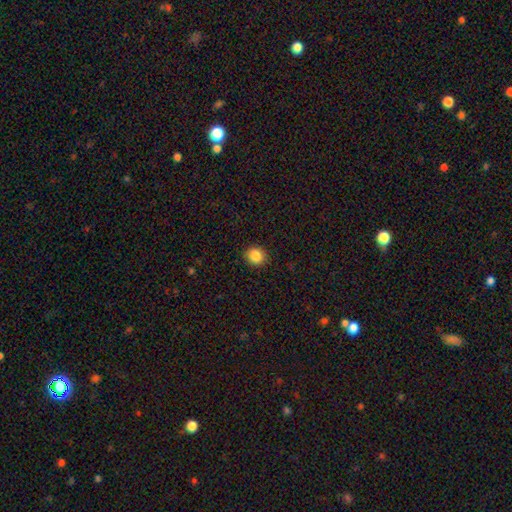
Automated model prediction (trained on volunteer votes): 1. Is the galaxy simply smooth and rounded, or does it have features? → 86% smooth, 10% star or artifact, 4% featured or disk.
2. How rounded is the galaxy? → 79% round, 20% in between, 1% cigar-shaped.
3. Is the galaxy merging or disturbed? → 91% none, 7% minor disturbance, 2% major disturbance, 1% merger.